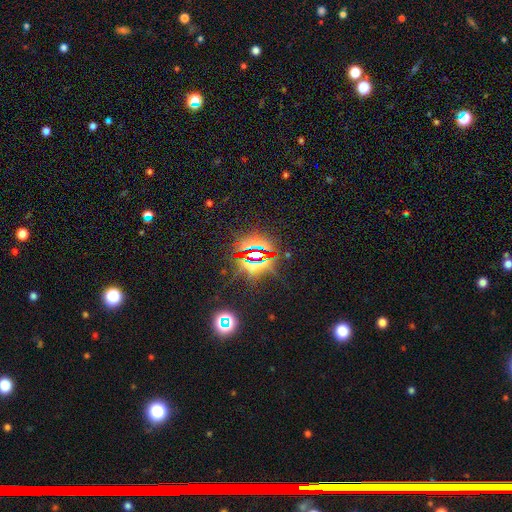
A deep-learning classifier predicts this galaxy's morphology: A star or artifact, not a galaxy (82%).